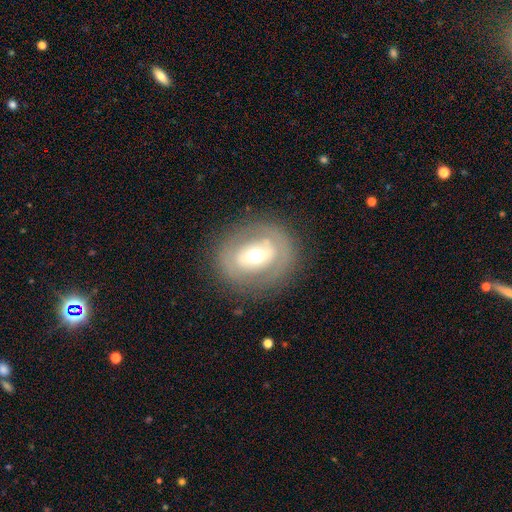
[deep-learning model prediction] The model was most divided on "smooth or featured": featured or disk: 54%, smooth: 38%, star or artifact: 8%. More confident: edge-on disk — no (92%); merging — none (80%).